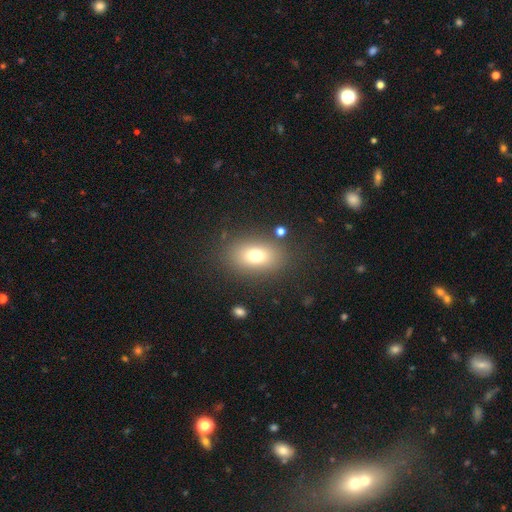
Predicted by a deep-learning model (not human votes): A smooth galaxy with no disk features (74%) that is in between round and cigar-shaped (77%).

Vote fractions:
- Smooth or featured? smooth: 74% / featured or disk: 13% / star or artifact: 13%
- How rounded? in between: 77% / round: 21% / cigar-shaped: 2%
- Merging? none: 82% / minor disturbance: 10% / major disturbance: 5% / merger: 3%